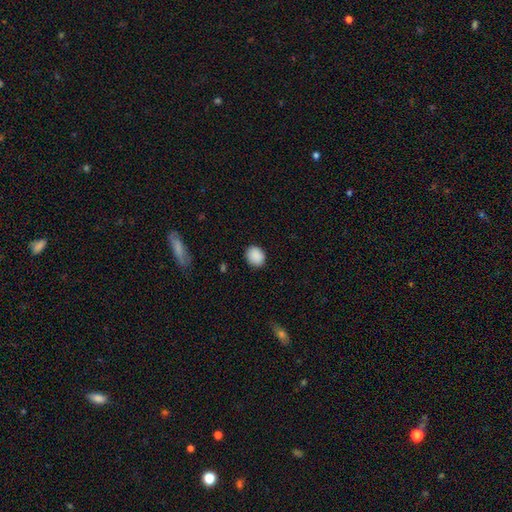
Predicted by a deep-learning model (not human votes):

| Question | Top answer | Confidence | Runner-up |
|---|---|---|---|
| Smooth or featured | smooth | 90% | star or artifact (8%) |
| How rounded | round | 59% | in between (41%) |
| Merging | none | 87% | minor disturbance (10%) |